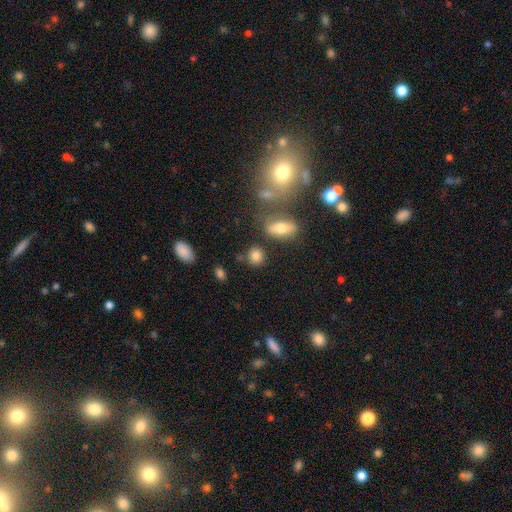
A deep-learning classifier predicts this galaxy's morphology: Smooth or featured?
  - smooth: 82% *
  - star or artifact: 11%
  - featured or disk: 7%
How rounded?
  - round: 76% *
  - in between: 22%
  - cigar-shaped: 2%
Merging?
  - none: 76% *
  - minor disturbance: 11%
  - merger: 9%
  - major disturbance: 4%